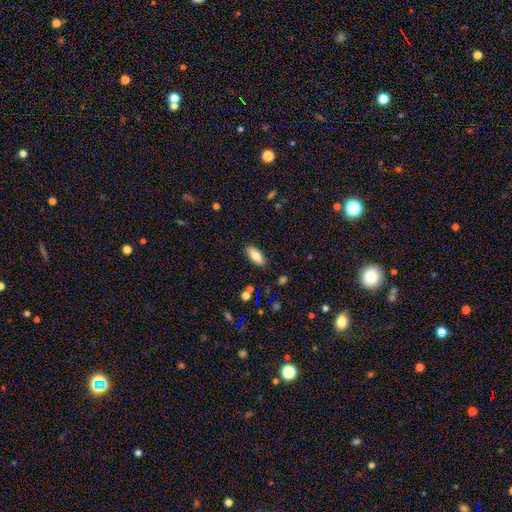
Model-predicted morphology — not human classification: This appears to be a smooth galaxy with no disk features (80%) that is in between round and cigar-shaped (81%). Merging: none (87%).